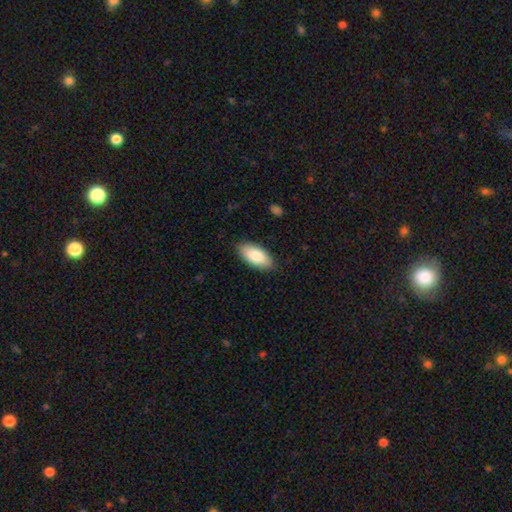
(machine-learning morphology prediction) smooth_or_featured: smooth (p=0.85) [alt: featured or disk p=0.09]
how_rounded: in between (p=0.92) [alt: cigar-shaped p=0.06]
merging: none (p=0.86) [alt: minor disturbance p=0.11]